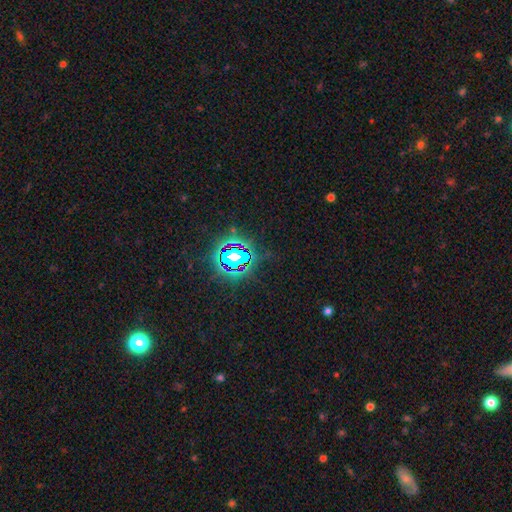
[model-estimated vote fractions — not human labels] star or artifact 82%, smooth 10%, featured or disk 7%.